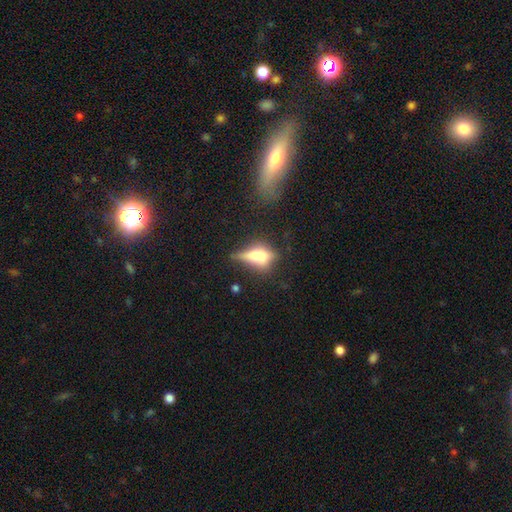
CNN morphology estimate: Overall: smooth (47%; featured or disk 42%). Merging: none (36%; merger 29%).